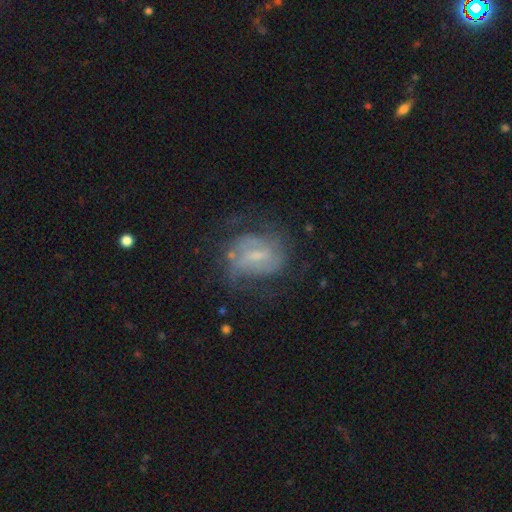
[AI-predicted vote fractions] smooth_or_featured: featured or disk (p=0.69) [alt: smooth p=0.21]
disk_edge_on: no (p=0.96) [alt: yes p=0.04]
bar: weak (p=0.53) [alt: no p=0.26]
has_spiral_arms: yes (p=0.75) [alt: no p=0.25]
bulge_size: small (p=0.50) [alt: moderate p=0.26]
merging: none (p=0.51) [alt: major disturbance p=0.23]